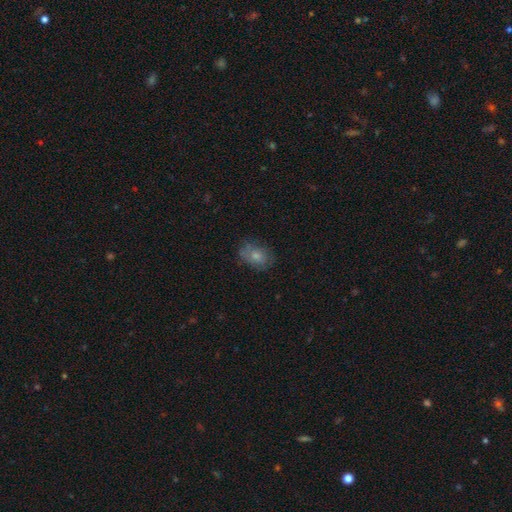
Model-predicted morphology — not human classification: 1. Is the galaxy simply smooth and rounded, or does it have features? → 72% smooth, 20% featured or disk, 9% star or artifact.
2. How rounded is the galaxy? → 78% in between, 21% round, 1% cigar-shaped.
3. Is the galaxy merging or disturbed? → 68% none, 23% minor disturbance, 7% major disturbance, 2% merger.